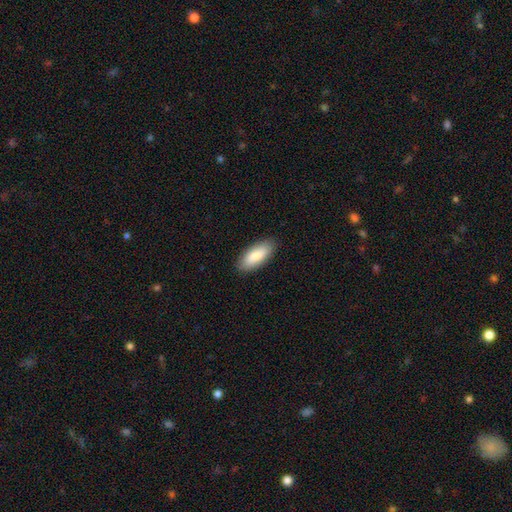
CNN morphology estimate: Overall: smooth (86%). How rounded: in between (80%). Merging: none (88%).